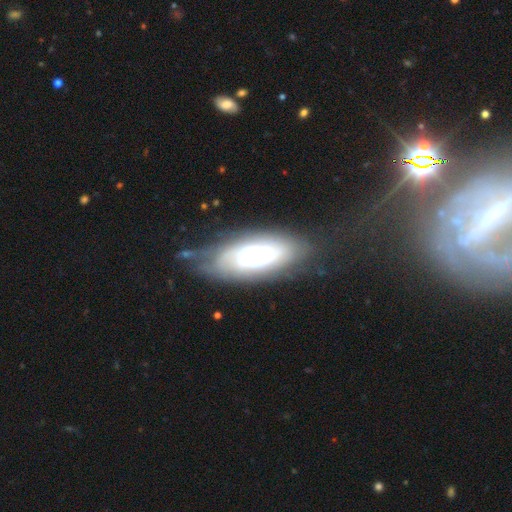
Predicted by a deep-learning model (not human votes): Overall: featured or disk (70%). Edge-on disk: no (85%). Bar: no (74%). Spiral arms: yes (62%; no 38%). Bulge size: large (34%; moderate 27%). Merging: none (58%; minor disturbance 24%).